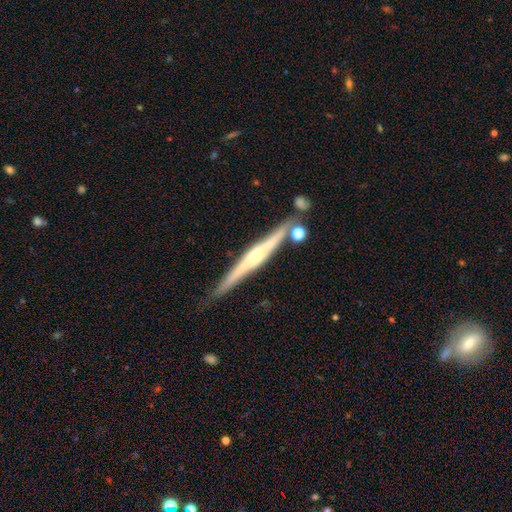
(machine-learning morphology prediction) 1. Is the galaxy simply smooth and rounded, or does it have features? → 78% featured or disk, 16% smooth, 6% star or artifact.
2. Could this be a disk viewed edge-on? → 98% yes, 2% no.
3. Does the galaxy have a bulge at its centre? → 79% rounded, 11% none, 9% boxy.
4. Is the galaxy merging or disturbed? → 80% none, 11% minor disturbance, 6% merger, 2% major disturbance.